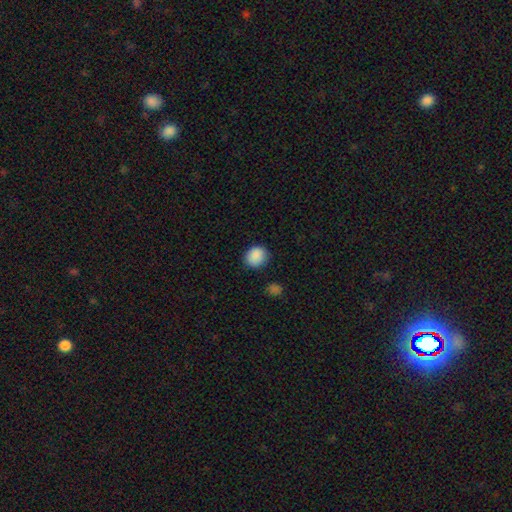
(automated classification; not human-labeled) Smooth or featured? Predicted: smooth (p=0.89). How rounded? Predicted: round (p=0.71). Merging? Predicted: none (p=0.83).